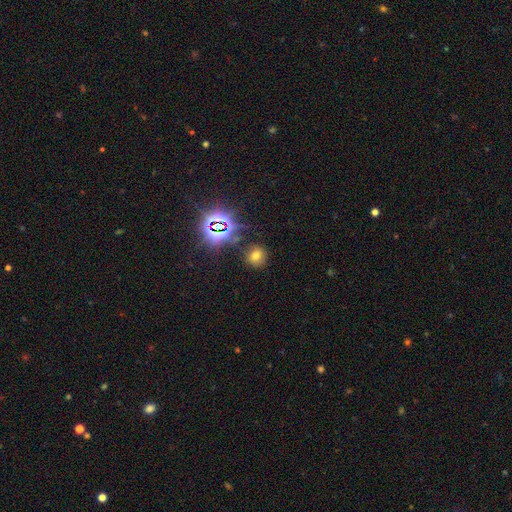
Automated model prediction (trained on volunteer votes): Smooth or featured? Predicted: smooth (p=0.59). How rounded? Predicted: round (p=0.81). Merging? Predicted: none (p=0.82).